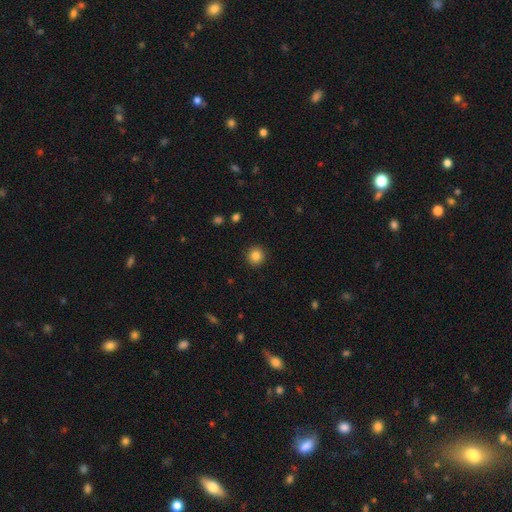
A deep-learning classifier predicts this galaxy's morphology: This is clearly a smooth galaxy (85%). How rounded: clearly round (94%). Merging: clearly none (92%).